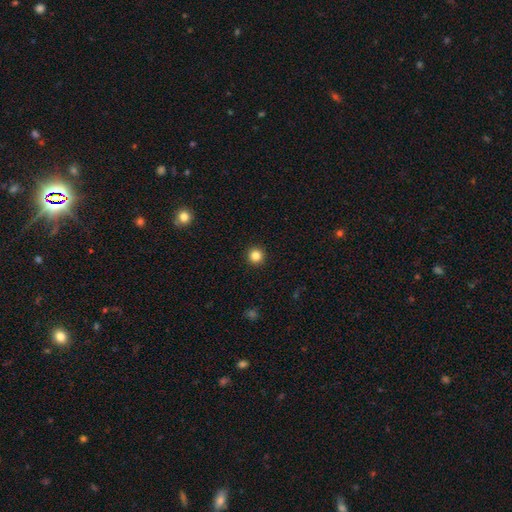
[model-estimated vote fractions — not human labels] This appears to be a smooth galaxy with no disk features (84%) that is round (96%). Merging: none (94%).